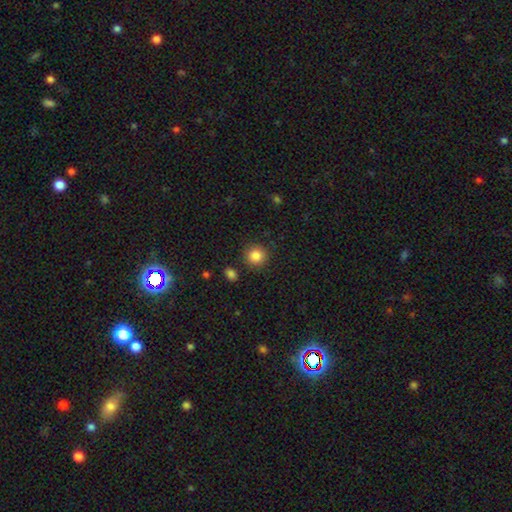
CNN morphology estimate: This is clearly a smooth galaxy (86%). How rounded: clearly round (92%). Merging: clearly none (88%).